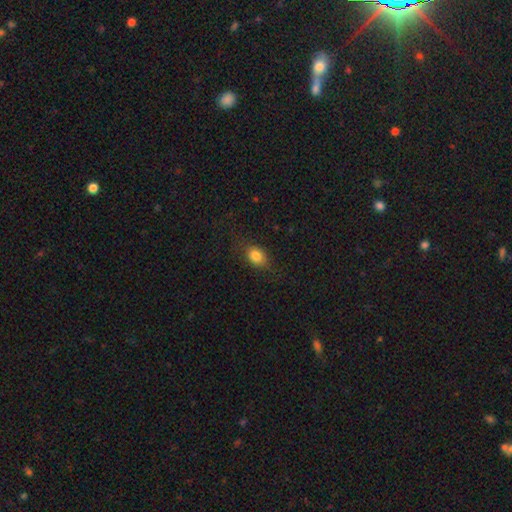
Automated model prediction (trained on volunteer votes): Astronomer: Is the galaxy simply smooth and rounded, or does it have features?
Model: smooth — 81%.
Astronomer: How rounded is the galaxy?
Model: in between — 67%.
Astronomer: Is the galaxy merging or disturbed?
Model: none — 76%.